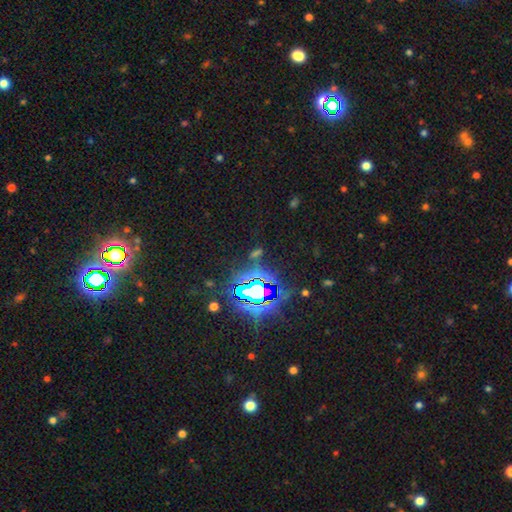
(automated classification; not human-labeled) This appears to be a star or artifact, not a galaxy (76%).